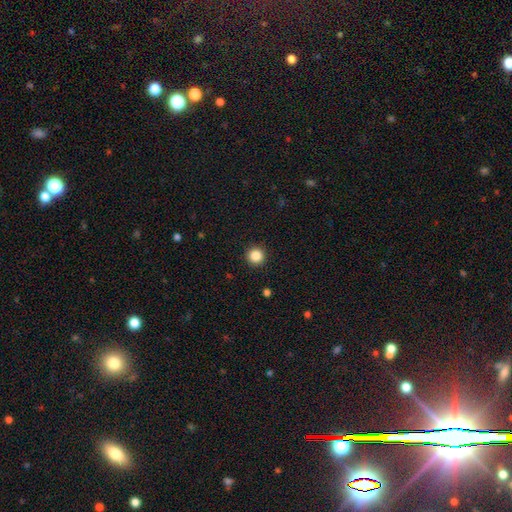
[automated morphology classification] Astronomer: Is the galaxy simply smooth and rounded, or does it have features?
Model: smooth — 85%.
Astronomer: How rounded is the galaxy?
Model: round — 96%.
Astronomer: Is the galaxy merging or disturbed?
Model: none — 93%.